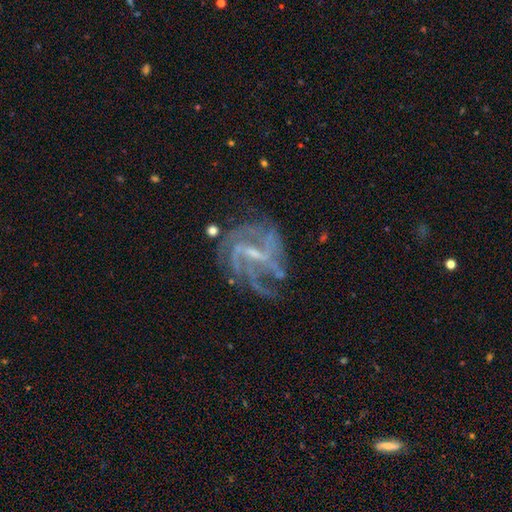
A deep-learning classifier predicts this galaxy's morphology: smooth_or_featured: featured or disk (p=0.82) [alt: star or artifact p=0.12]
disk_edge_on: no (p=0.97) [alt: yes p=0.03]
bar: weak (p=0.47) [alt: strong p=0.35]
has_spiral_arms: yes (p=0.93) [alt: no p=0.07]
spiral_winding: medium (p=0.47) [alt: tight p=0.33]
spiral_arm_count: 3 (p=0.27) [alt: 2 p=0.24]
bulge_size: small (p=0.60) [alt: moderate p=0.22]
merging: none (p=0.61) [alt: minor disturbance p=0.19]